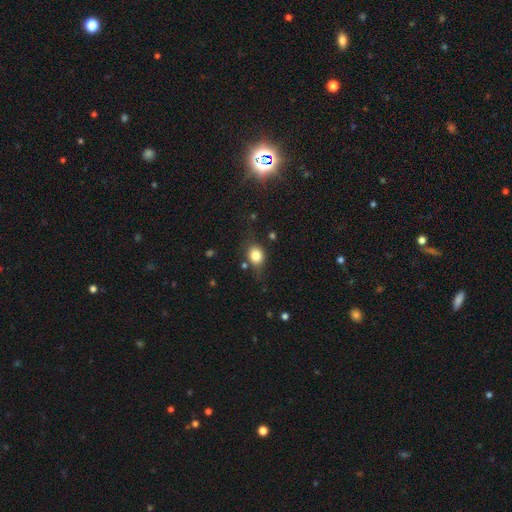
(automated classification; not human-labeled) Smooth or featured? Predicted: smooth (p=0.76). How rounded? Predicted: round (p=0.57). Merging? Predicted: none (p=0.65).